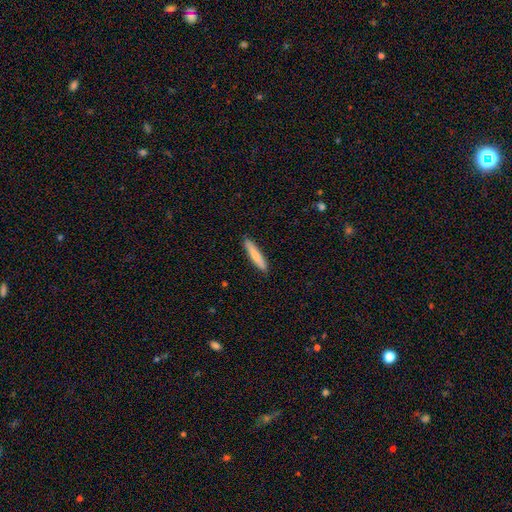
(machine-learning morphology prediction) Smooth or featured?
  - smooth: 72% *
  - featured or disk: 22%
  - star or artifact: 5%
How rounded?
  - cigar-shaped: 91% *
  - in between: 8%
  - round: 1%
Merging?
  - none: 90% *
  - minor disturbance: 8%
  - major disturbance: 1%
  - merger: 1%